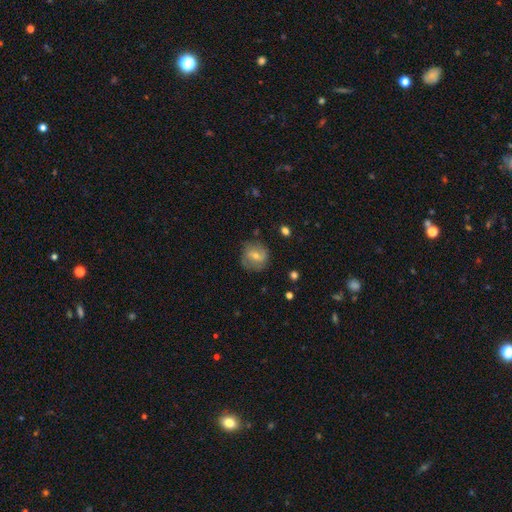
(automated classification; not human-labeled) Morphology: type=featured or disk (45%); merging=none (77%).